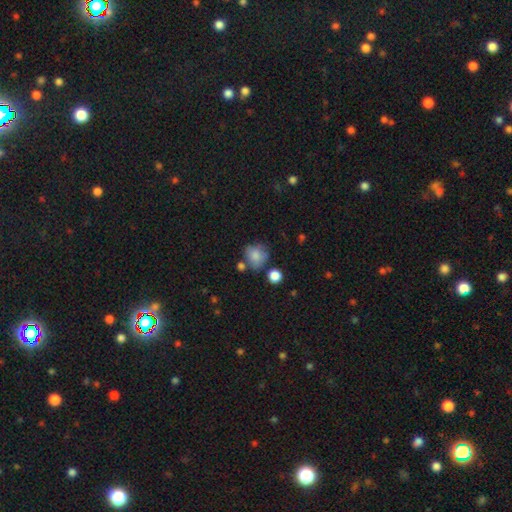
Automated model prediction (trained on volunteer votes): A smooth galaxy with no disk features (78%) that is round (74%).

Vote fractions:
- Smooth or featured? smooth: 78% / featured or disk: 12% / star or artifact: 10%
- How rounded? round: 74% / in between: 25% / cigar-shaped: 1%
- Merging? none: 54% / minor disturbance: 24% / merger: 12% / major disturbance: 10%